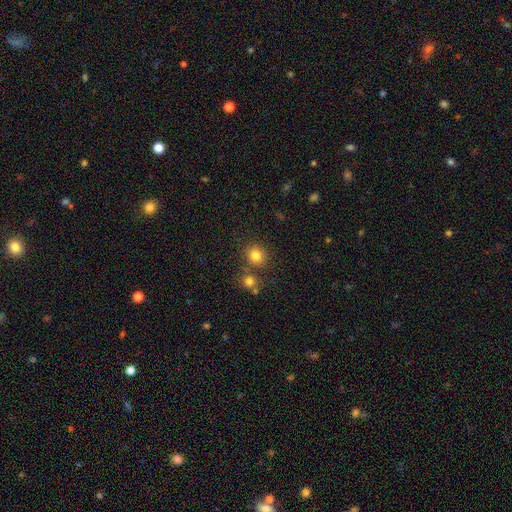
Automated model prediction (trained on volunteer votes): This appears to be a smooth galaxy with no disk features (82%) that is round (82%). Merging: none (76%).